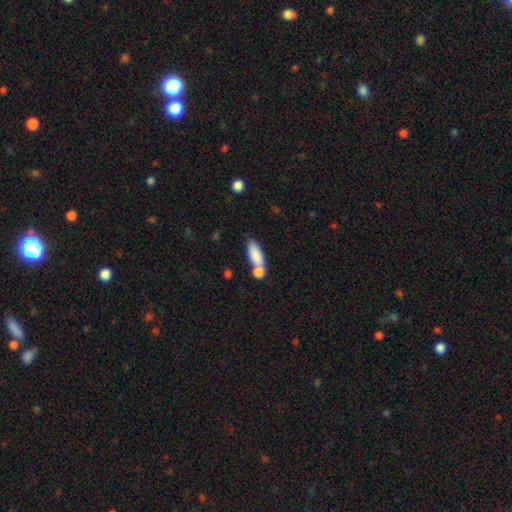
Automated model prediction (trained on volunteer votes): A smooth galaxy with no disk features (83%) that is in between round and cigar-shaped (69%). Merging: merger (43%).